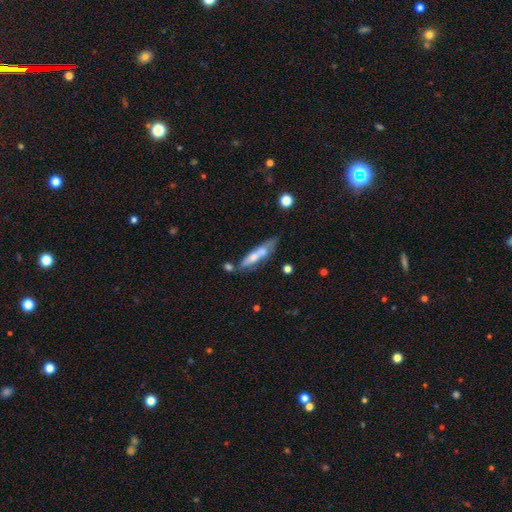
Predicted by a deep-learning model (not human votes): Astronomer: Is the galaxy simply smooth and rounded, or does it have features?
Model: smooth — 55% (runner-up: featured or disk, 39%).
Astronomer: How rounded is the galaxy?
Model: cigar-shaped — 74%.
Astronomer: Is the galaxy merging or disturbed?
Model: none — 47% (runner-up: minor disturbance, 26%).